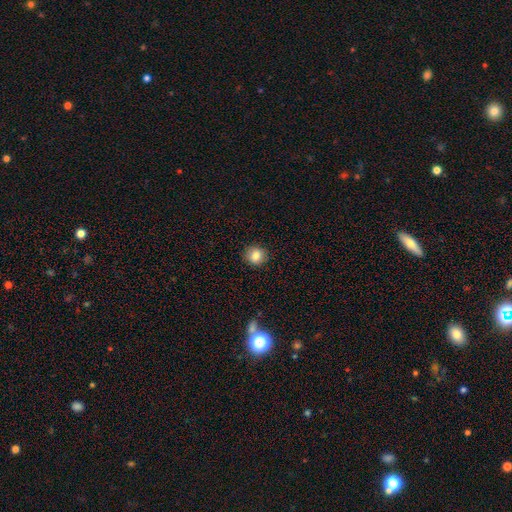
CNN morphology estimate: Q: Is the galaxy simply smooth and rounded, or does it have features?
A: smooth — 83%.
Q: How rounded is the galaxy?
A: round — 85%.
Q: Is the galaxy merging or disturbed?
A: none — 90%.